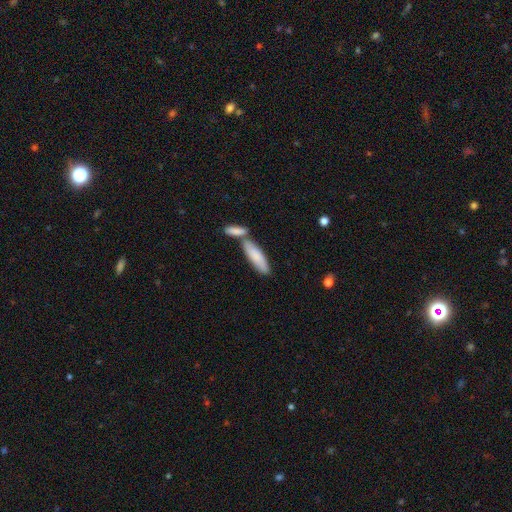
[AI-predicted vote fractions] Overall: smooth (80%). How rounded: cigar-shaped (55%; in between 44%). Merging: none (53%; merger 33%).